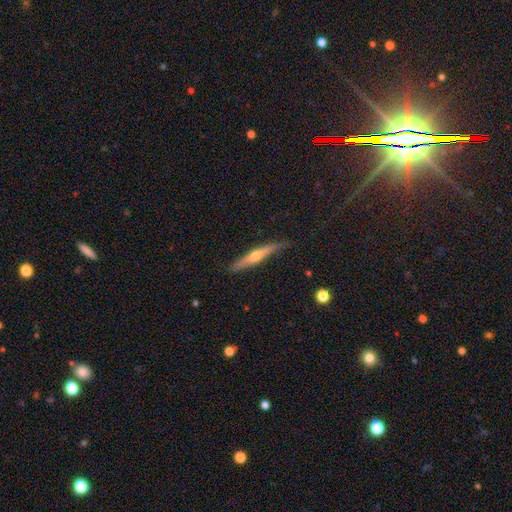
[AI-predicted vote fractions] Smooth or featured? featured or disk (67%)
Edge-on disk? yes (97%)
Edge-on bulge? rounded (89%)
Merging? none (83%)